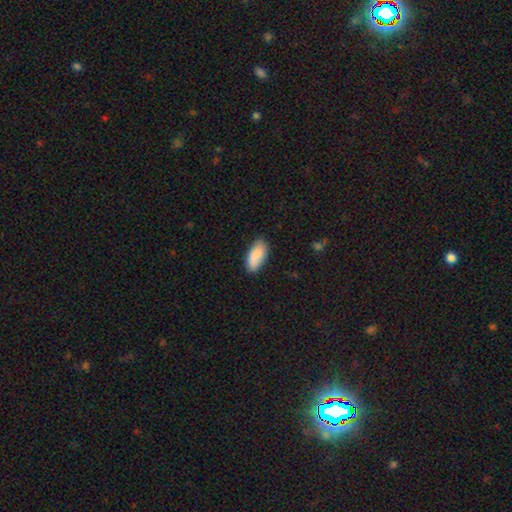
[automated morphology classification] The model was most divided on "merging": none: 78%, minor disturbance: 17%, major disturbance: 3%, merger: 2%. More confident: how rounded — in between (91%); smooth or featured — smooth (85%).